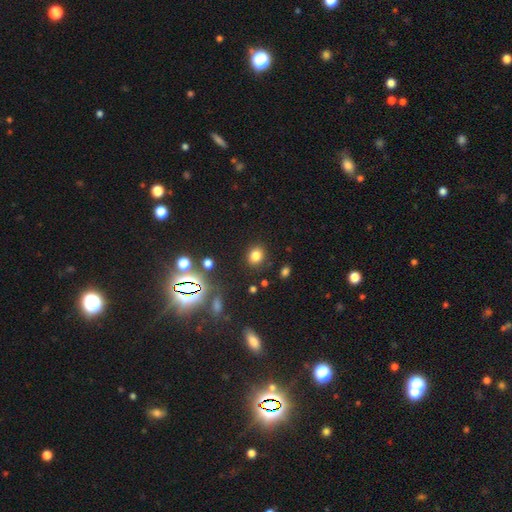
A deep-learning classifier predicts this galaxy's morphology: Smooth or featured?
  - smooth: 77% *
  - star or artifact: 17%
  - featured or disk: 6%
How rounded?
  - round: 71% *
  - in between: 28%
  - cigar-shaped: 1%
Merging?
  - none: 86% *
  - minor disturbance: 8%
  - major disturbance: 3%
  - merger: 2%